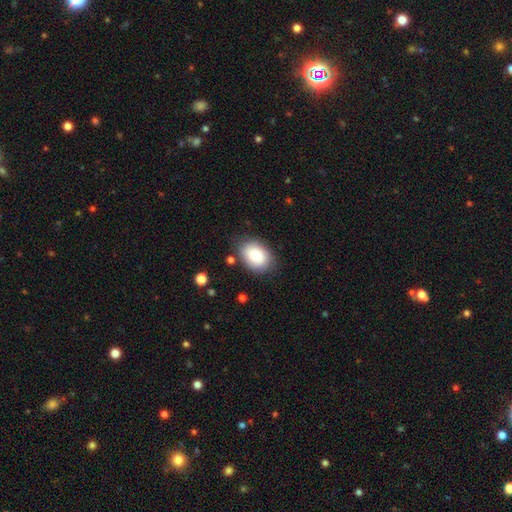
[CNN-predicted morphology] A smooth galaxy with no disk features (84%) that is in between round and cigar-shaped (80%). Merging: none (80%).